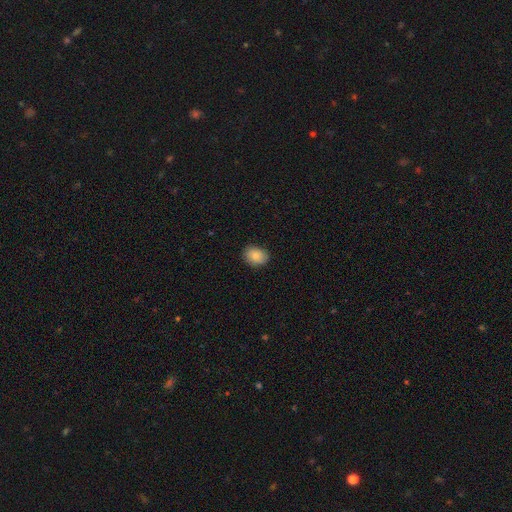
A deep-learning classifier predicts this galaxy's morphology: This appears to be a smooth galaxy with no disk features (88%) that is in between round and cigar-shaped (65%). Merging: none (87%).